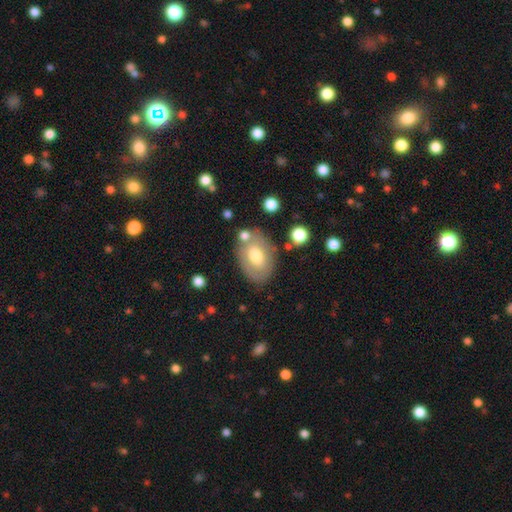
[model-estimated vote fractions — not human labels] This appears to be a smooth galaxy with no disk features (62%) that is in between round and cigar-shaped (82%). Merging: none (68%).